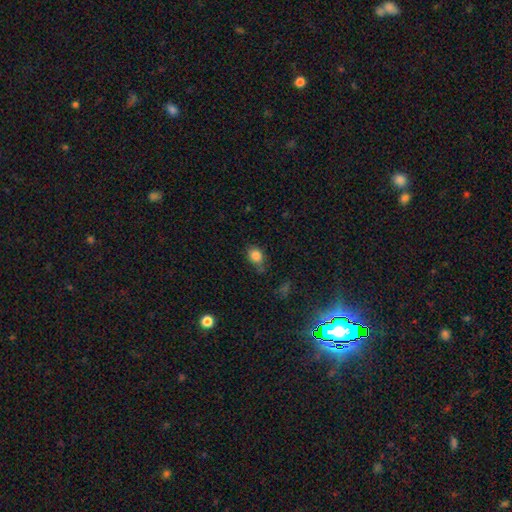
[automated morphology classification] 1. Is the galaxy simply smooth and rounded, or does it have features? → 83% smooth, 11% star or artifact, 6% featured or disk.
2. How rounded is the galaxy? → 53% round, 45% in between, 1% cigar-shaped.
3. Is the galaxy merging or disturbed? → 61% none, 28% minor disturbance, 7% major disturbance, 5% merger.